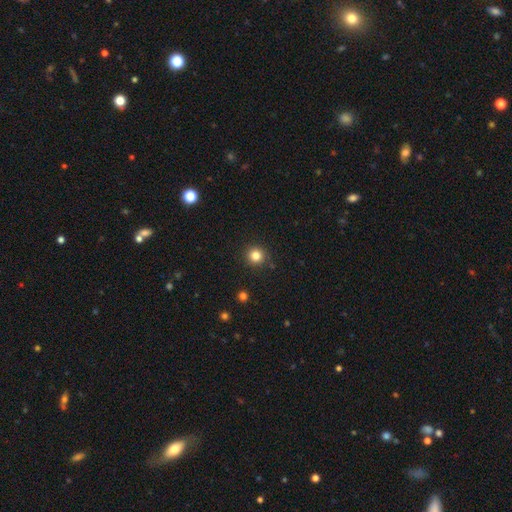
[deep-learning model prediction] smooth_or_featured: smooth (p=0.82) [alt: star or artifact p=0.13]
how_rounded: round (p=0.95) [alt: in between p=0.04]
merging: none (p=0.90) [alt: minor disturbance p=0.06]